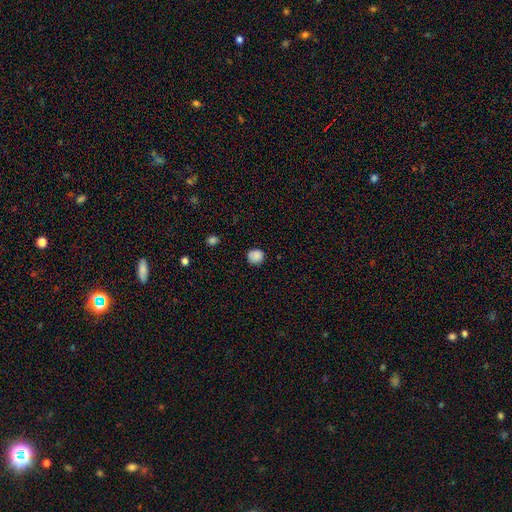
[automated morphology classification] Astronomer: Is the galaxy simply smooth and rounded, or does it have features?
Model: smooth — 86%.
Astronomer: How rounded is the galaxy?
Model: round — 91%.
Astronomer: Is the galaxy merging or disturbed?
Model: none — 83%.